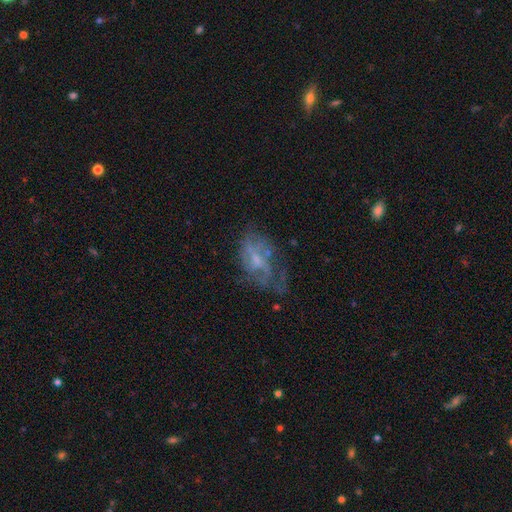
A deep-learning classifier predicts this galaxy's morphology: This appears to be a featured or disk galaxy (63%) with no bar (57%), spiral arms (57%) and a small central bulge (50%). Merging: none (43%).